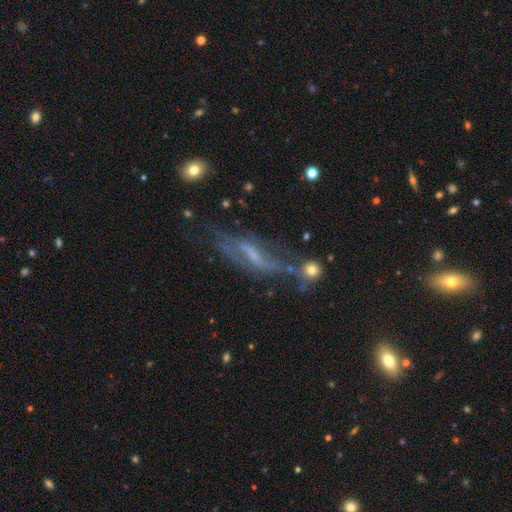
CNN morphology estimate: A featured or disk galaxy (59%). Merging: none (47%).